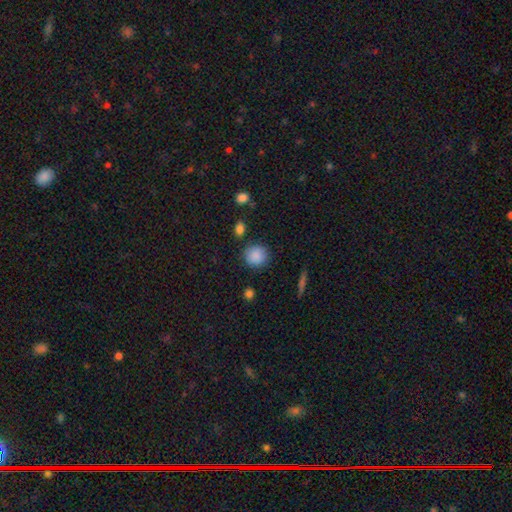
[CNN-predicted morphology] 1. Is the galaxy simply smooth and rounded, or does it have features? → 88% smooth, 9% star or artifact, 4% featured or disk.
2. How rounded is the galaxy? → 89% round, 10% in between, 1% cigar-shaped.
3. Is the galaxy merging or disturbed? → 86% none, 8% minor disturbance, 3% major disturbance, 3% merger.